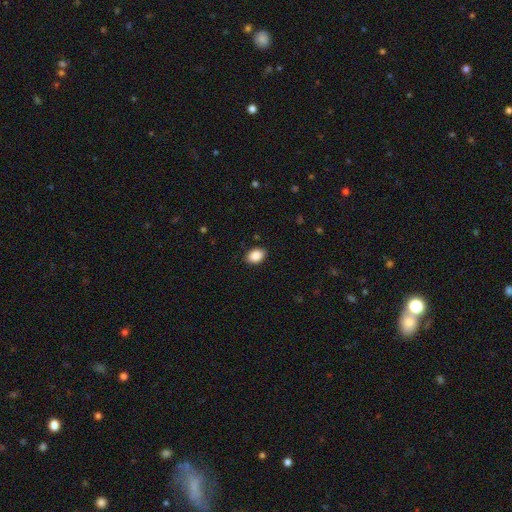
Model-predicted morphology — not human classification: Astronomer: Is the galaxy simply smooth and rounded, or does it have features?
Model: smooth — 89%.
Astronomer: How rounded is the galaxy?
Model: in between — 82%.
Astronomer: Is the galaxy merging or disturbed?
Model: none — 88%.